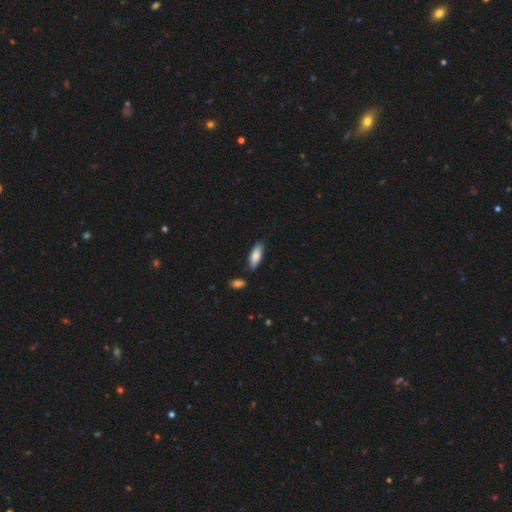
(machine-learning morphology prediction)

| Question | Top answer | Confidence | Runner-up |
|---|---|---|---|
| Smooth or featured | smooth | 84% | featured or disk (10%) |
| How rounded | in between | 70% | cigar-shaped (28%) |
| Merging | none | 82% | minor disturbance (12%) |